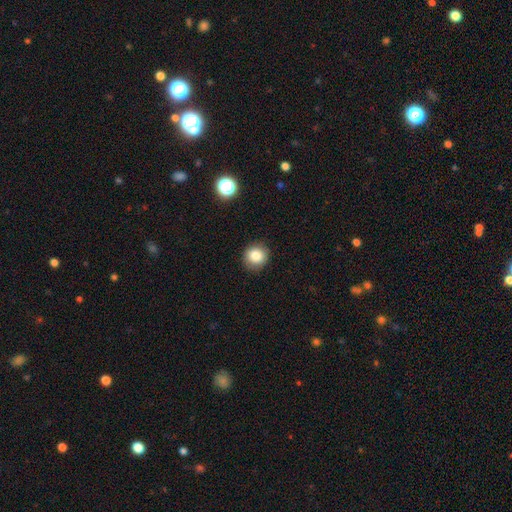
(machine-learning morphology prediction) Overall: smooth (84%). How rounded: round (89%). Merging: none (88%).